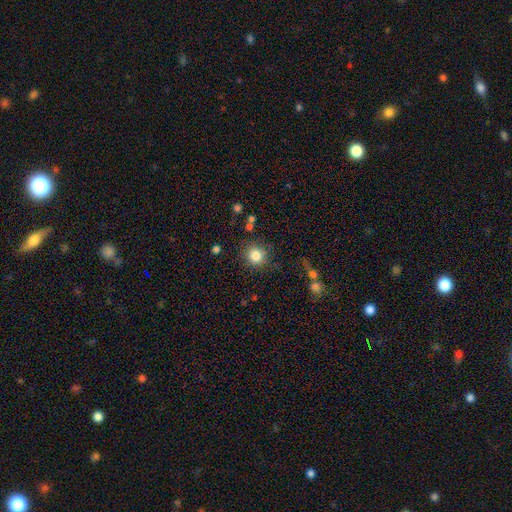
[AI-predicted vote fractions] Smooth or featured?
  - smooth: 83% *
  - star or artifact: 11%
  - featured or disk: 6%
How rounded?
  - round: 90% *
  - in between: 10%
  - cigar-shaped: 1%
Merging?
  - none: 83% *
  - minor disturbance: 10%
  - major disturbance: 4%
  - merger: 3%